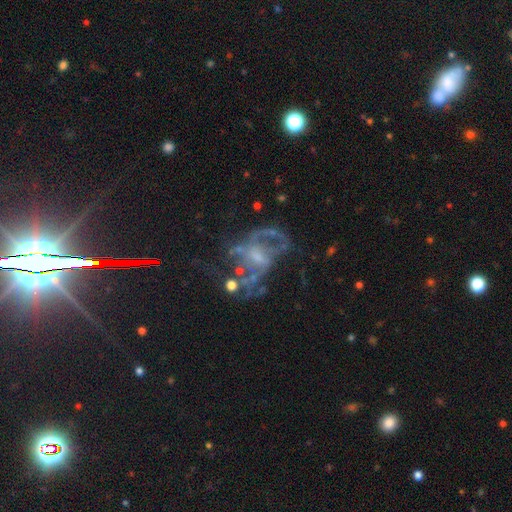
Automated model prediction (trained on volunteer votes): Q: Smooth or featured?
A: featured or disk (78%); runner-up: star or artifact (11%)
Q: Edge-on disk?
A: no (98%); runner-up: yes (2%)
Q: Bar?
A: no (45%); runner-up: weak (43%)
Q: Spiral arms?
A: yes (69%); runner-up: no (31%)
Q: Spiral winding?
A: loose (44%); runner-up: medium (41%)
Q: Spiral arm count?
A: 2 (46%); runner-up: can't tell (28%)
Q: Bulge size?
A: small (41%); runner-up: moderate (30%)
Q: Merging?
A: none (38%); runner-up: major disturbance (36%)